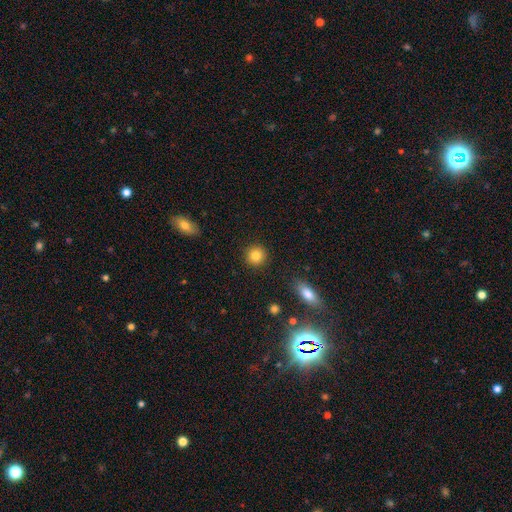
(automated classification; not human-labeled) Smooth or featured? Predicted: smooth (p=0.84). How rounded? Predicted: round (p=0.92). Merging? Predicted: none (p=0.91).